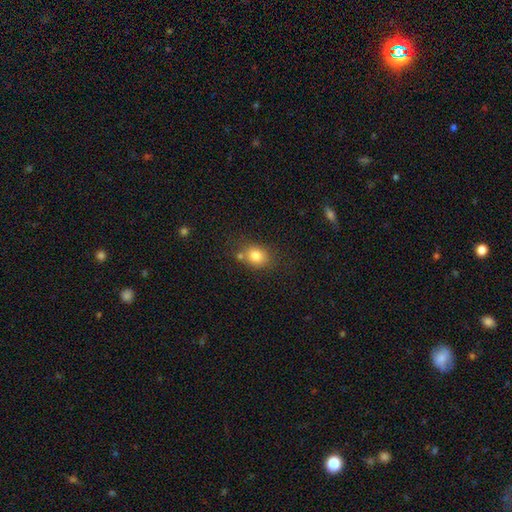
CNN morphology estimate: A smooth galaxy with no disk features (81%) that is round (55%). Merging: none (65%).